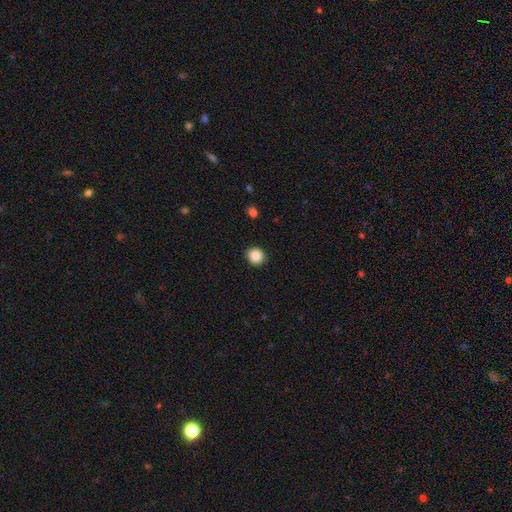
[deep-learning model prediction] Morphology: type=smooth (87%); roundness=round (90%); merging=none (91%).